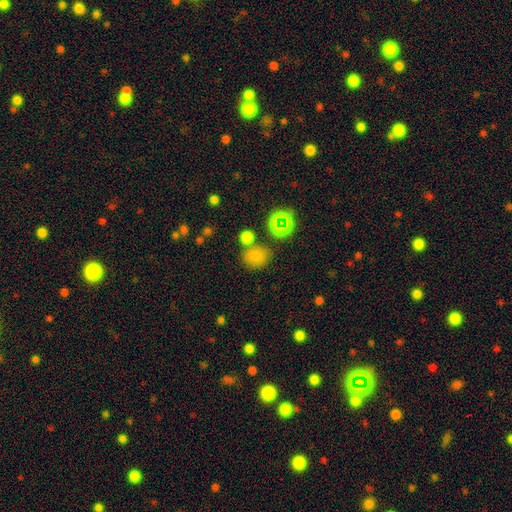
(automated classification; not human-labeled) smooth 73%, star or artifact 21%, featured or disk 7%. Down the decision tree: how rounded — round (63%); merging — none (66%).